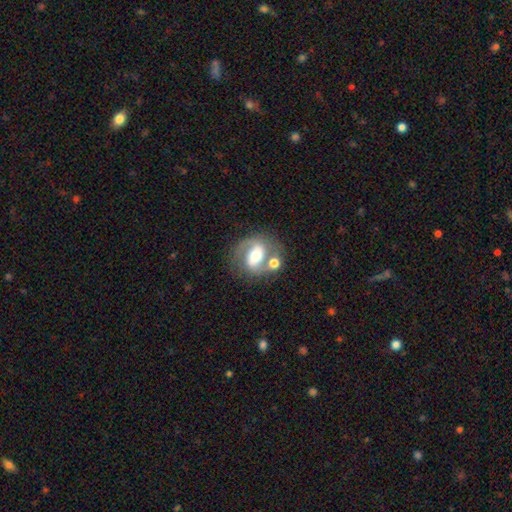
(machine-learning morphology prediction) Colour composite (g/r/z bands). It shows a featured or disk galaxy (64%) with a strong bar (41%), spiral arms (71%) and a moderate central bulge (62%). Merging: none (48%).